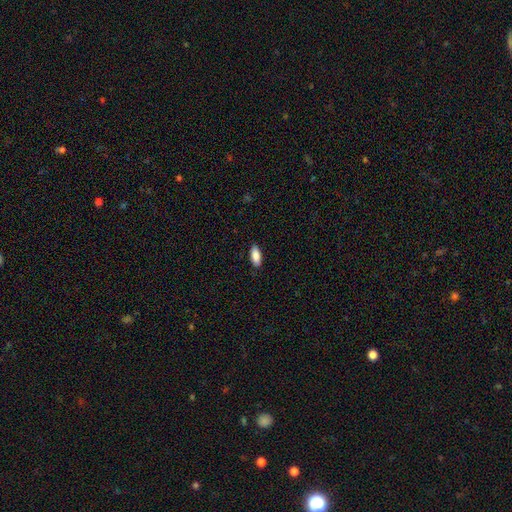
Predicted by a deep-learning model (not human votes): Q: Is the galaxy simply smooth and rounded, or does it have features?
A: smooth — 87%.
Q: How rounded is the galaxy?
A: in between — 80%.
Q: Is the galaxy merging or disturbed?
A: none — 88%.